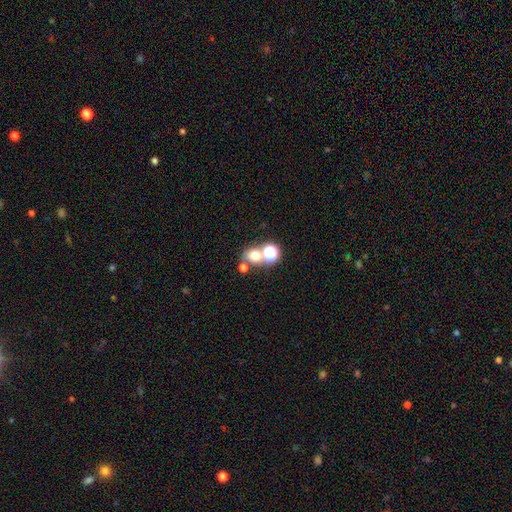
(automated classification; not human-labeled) smooth-or-featured: smooth: 66% | star or artifact: 22% | featured or disk: 11%
  how-rounded: round: 67% | in between: 31% | cigar-shaped: 1%
  merging: none: 51% | merger: 36% | minor disturbance: 8% | major disturbance: 5%